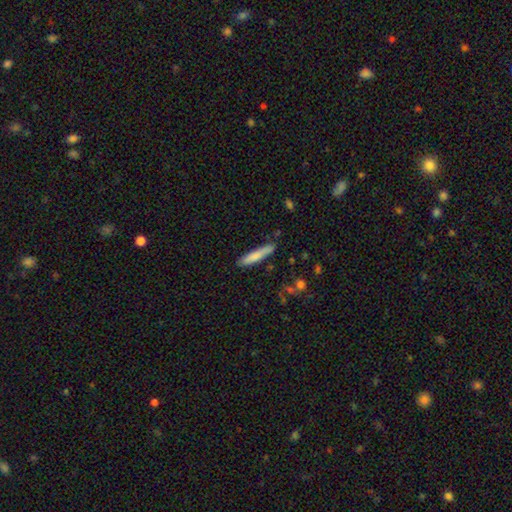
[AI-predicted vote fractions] Overall: smooth (77%). How rounded: cigar-shaped (91%). Merging: none (82%).